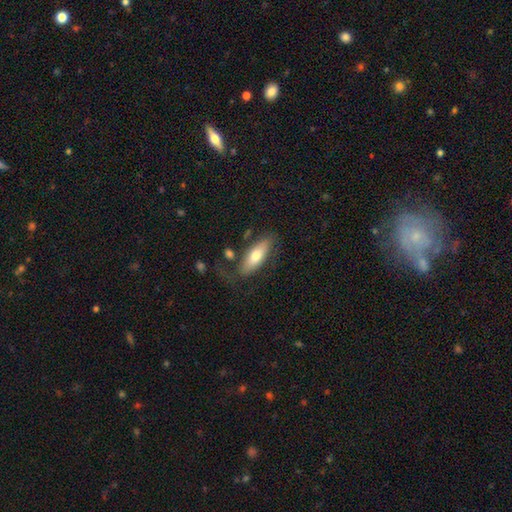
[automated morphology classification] Overall: smooth (67%). How rounded: in between (68%; cigar-shaped 30%). Merging: none (65%).